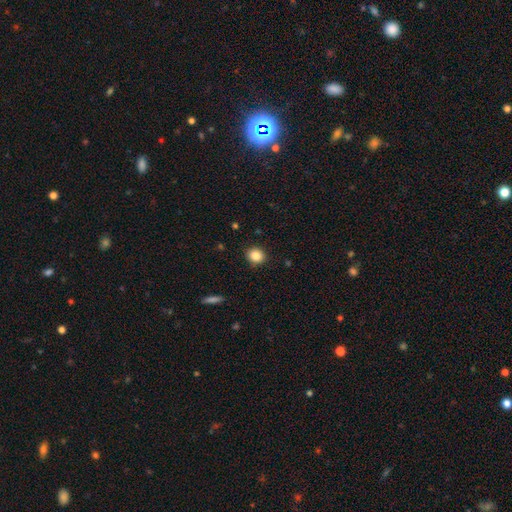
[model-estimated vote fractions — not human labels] A smooth galaxy with no disk features (86%) that is round (78%). Merging: none (90%).